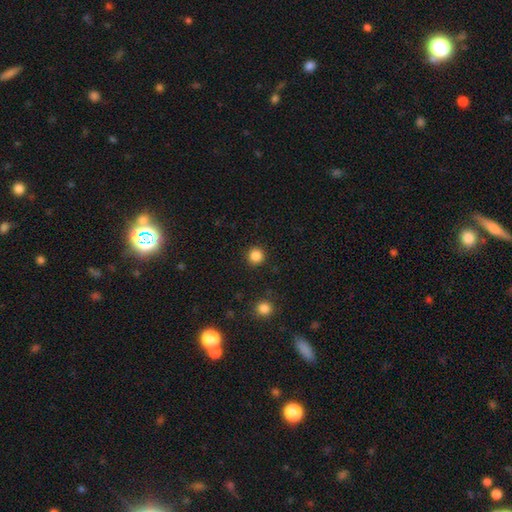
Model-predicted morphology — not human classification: Smooth or featured? smooth (85%)
How rounded? round (95%)
Merging? none (92%)